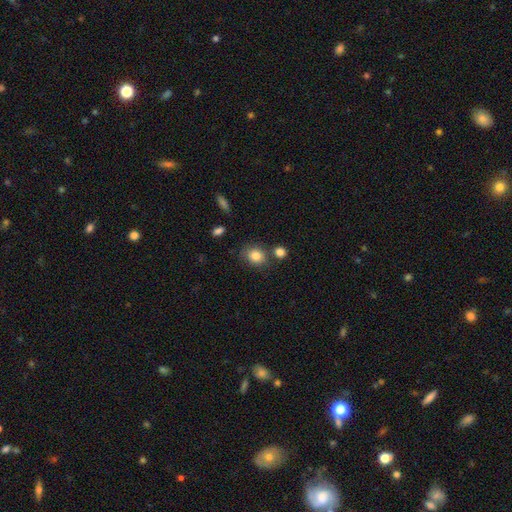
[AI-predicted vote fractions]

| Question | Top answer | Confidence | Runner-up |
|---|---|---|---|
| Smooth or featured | smooth | 84% | star or artifact (10%) |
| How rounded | round | 65% | in between (34%) |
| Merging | none | 70% | minor disturbance (15%) |